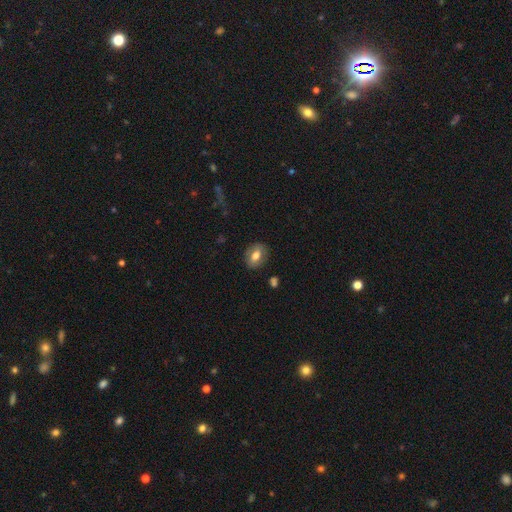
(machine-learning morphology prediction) Overall: smooth (67%). How rounded: in between (68%; round 30%). Merging: none (84%).